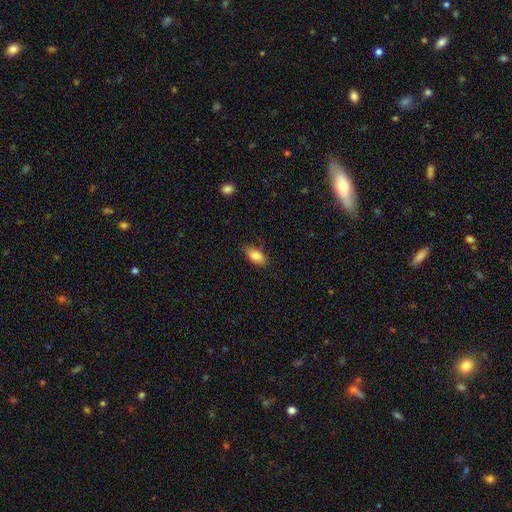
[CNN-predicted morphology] Smooth or featured? smooth (83%)
How rounded? in between (88%)
Merging? none (83%)